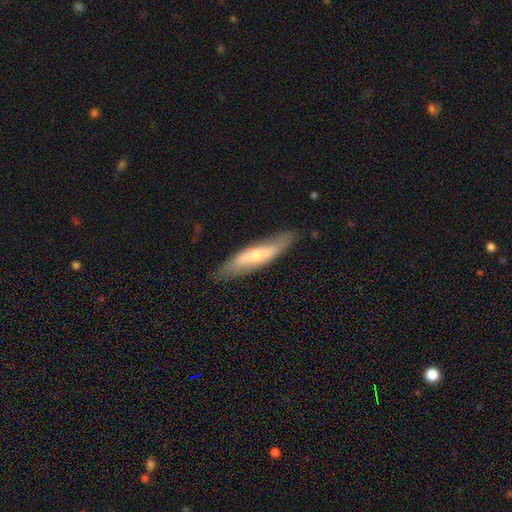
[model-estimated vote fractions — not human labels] smooth_or_featured: smooth (p=0.53) [alt: featured or disk p=0.41]
how_rounded: cigar-shaped (p=0.78) [alt: in between p=0.21]
merging: none (p=0.78) [alt: minor disturbance p=0.16]